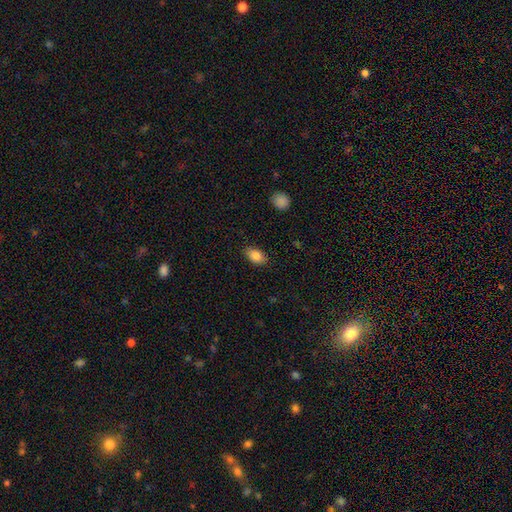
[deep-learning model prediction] Smooth or featured? smooth (86%)
How rounded? in between (89%)
Merging? none (86%)